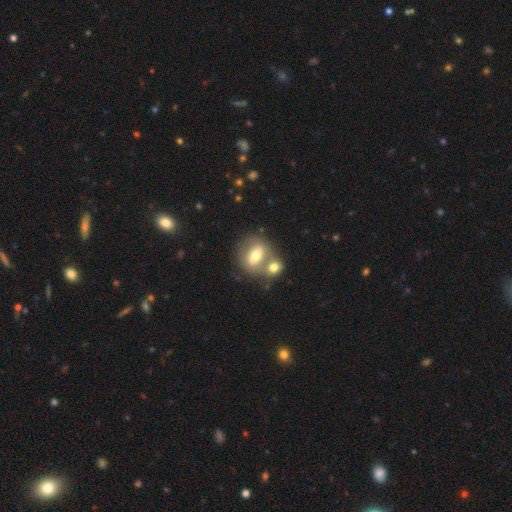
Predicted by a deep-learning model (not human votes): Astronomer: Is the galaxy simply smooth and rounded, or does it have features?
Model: smooth — 62%.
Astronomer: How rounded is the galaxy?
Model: in between — 54% (runner-up: round, 44%).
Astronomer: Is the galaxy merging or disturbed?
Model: merger — 49% (runner-up: none, 38%).